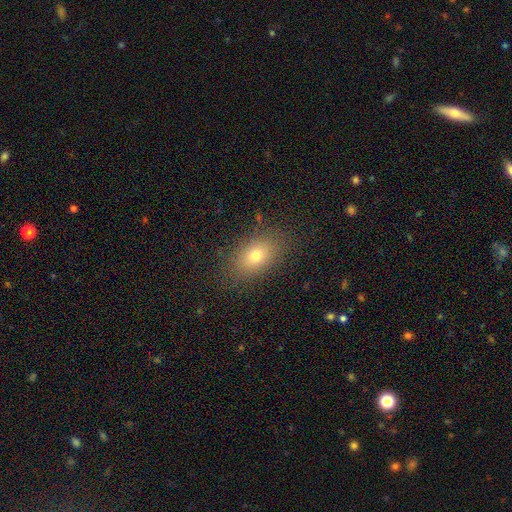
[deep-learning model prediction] smooth-or-featured: smooth: 74% | featured or disk: 14% | star or artifact: 12%
  how-rounded: in between: 82% | round: 16% | cigar-shaped: 3%
  merging: none: 84% | minor disturbance: 11% | major disturbance: 4% | merger: 1%